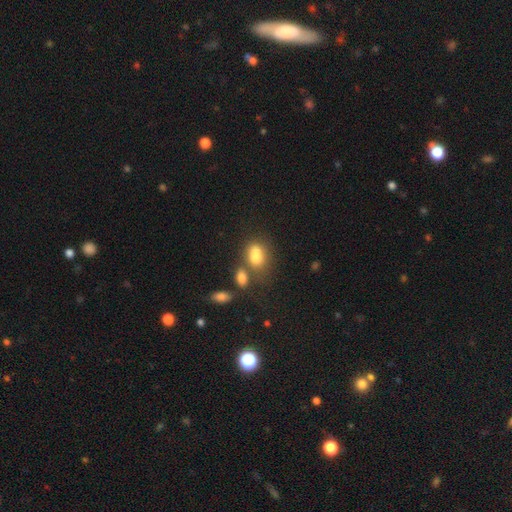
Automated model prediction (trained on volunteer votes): smooth-or-featured: smooth: 70% | featured or disk: 18% | star or artifact: 12%
  how-rounded: in between: 57% | round: 41% | cigar-shaped: 2%
  merging: merger: 56% | none: 27% | minor disturbance: 10% | major disturbance: 6%